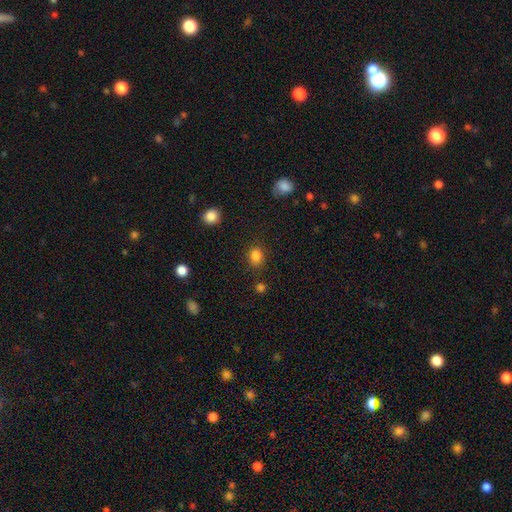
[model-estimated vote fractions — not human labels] The model was most divided on "how rounded": round: 58%, in between: 41%, cigar-shaped: 1%. More confident: smooth or featured — smooth (84%); merging — none (80%).